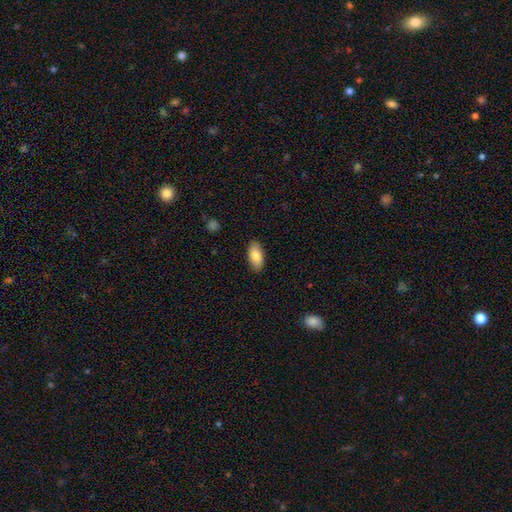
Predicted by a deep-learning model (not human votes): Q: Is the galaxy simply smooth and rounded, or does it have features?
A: smooth — 81%.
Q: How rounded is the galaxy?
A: in between — 91%.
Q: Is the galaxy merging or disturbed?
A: none — 88%.